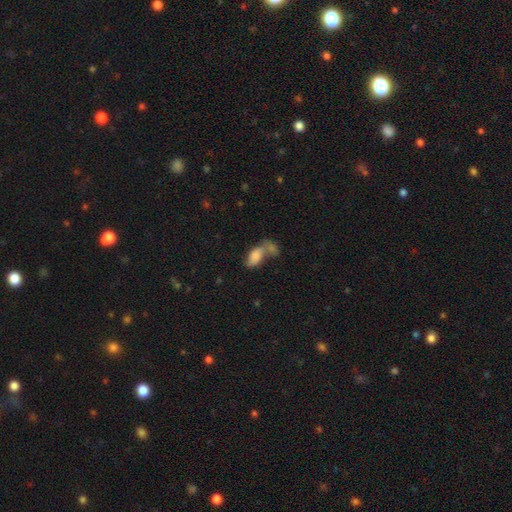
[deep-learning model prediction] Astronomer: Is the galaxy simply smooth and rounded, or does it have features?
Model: smooth — 76%.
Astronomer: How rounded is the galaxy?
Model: in between — 90%.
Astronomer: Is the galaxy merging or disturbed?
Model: merger — 61%.